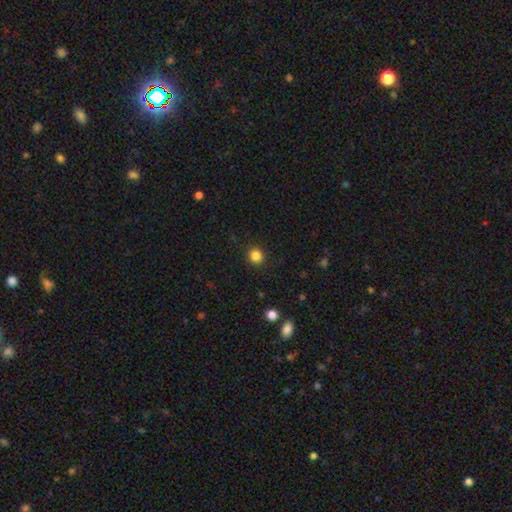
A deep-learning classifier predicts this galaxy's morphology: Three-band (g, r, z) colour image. It shows a smooth galaxy with no disk features (84%) that is round (92%). Merging: none (91%).